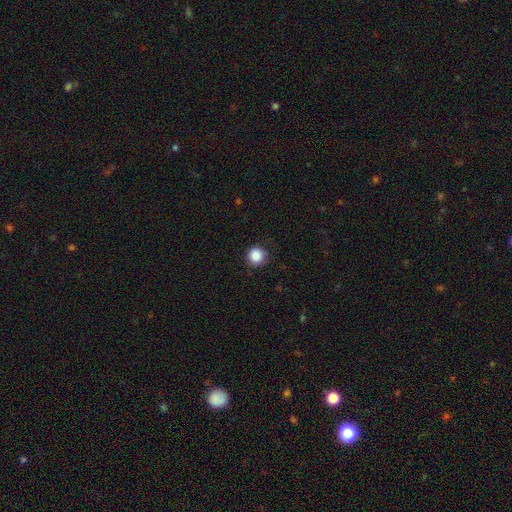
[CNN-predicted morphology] A smooth galaxy with no disk features (87%) that is round (95%).

Vote fractions:
- Smooth or featured? smooth: 87% / star or artifact: 10% / featured or disk: 3%
- How rounded? round: 95% / in between: 4% / cigar-shaped: 1%
- Merging? none: 87% / minor disturbance: 9% / major disturbance: 2% / merger: 1%